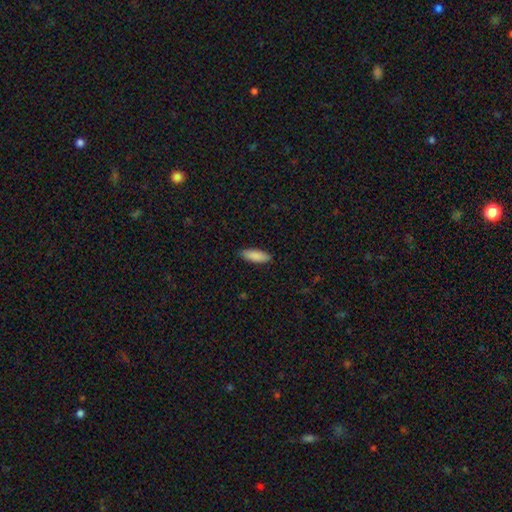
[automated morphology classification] Overall: smooth (89%). How rounded: in between (62%; cigar-shaped 36%). Merging: none (89%).